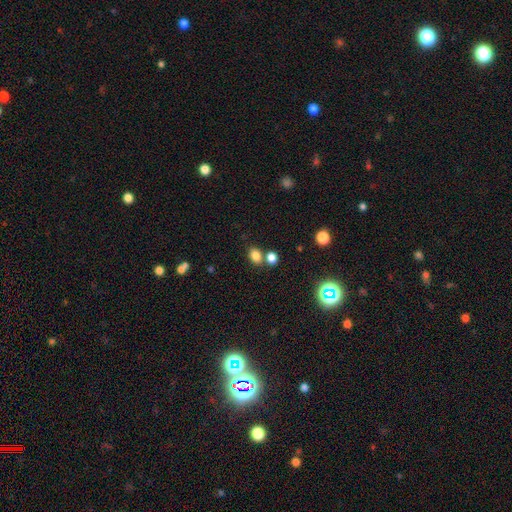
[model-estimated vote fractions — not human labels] Smooth or featured? Predicted: smooth (p=0.81). How rounded? Predicted: in between (p=0.68). Merging? Predicted: none (p=0.62).